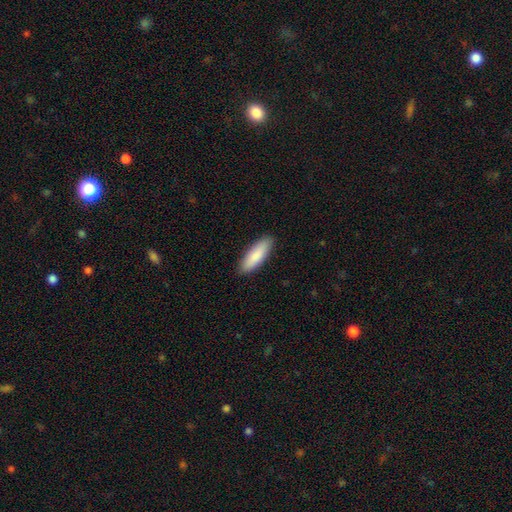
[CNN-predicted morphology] This is clearly a smooth galaxy (86%). How rounded: possibly in between (52%). Merging: clearly none (89%).